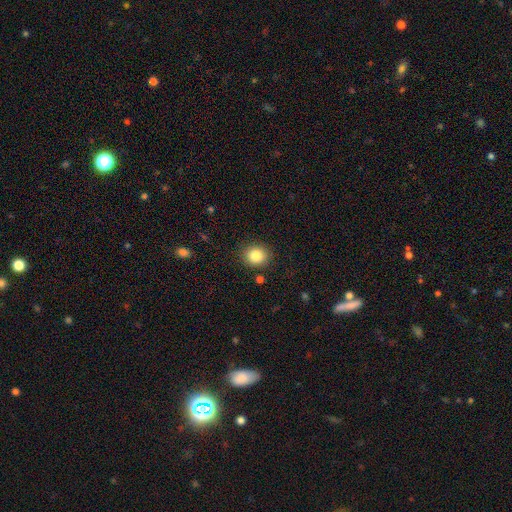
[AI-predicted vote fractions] Smooth or featured?
  - smooth: 84% *
  - star or artifact: 10%
  - featured or disk: 6%
How rounded?
  - round: 74% *
  - in between: 25%
  - cigar-shaped: 1%
Merging?
  - none: 88% *
  - minor disturbance: 8%
  - major disturbance: 2%
  - merger: 2%